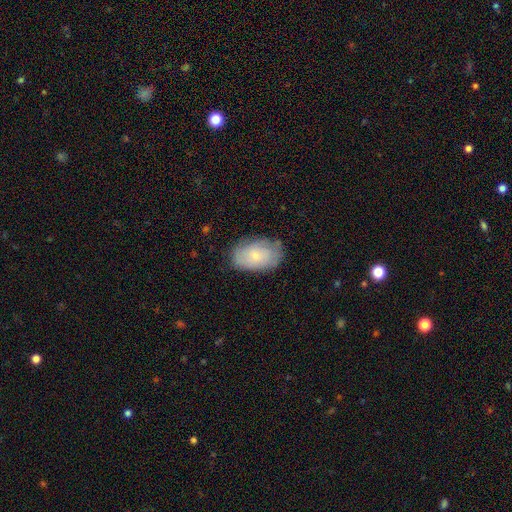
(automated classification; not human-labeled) Smooth or featured: smooth — 65% (featured or disk — 28%)
How rounded: in between — 90% (round — 8%)
Merging: none — 73% (minor disturbance — 20%)